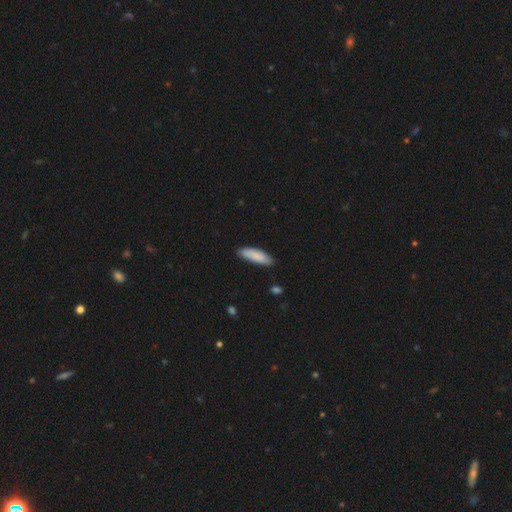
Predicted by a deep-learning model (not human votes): The model was most divided on "how rounded": cigar-shaped: 50%, in between: 49%, round: 1%. More confident: smooth or featured — smooth (85%); merging — none (81%).